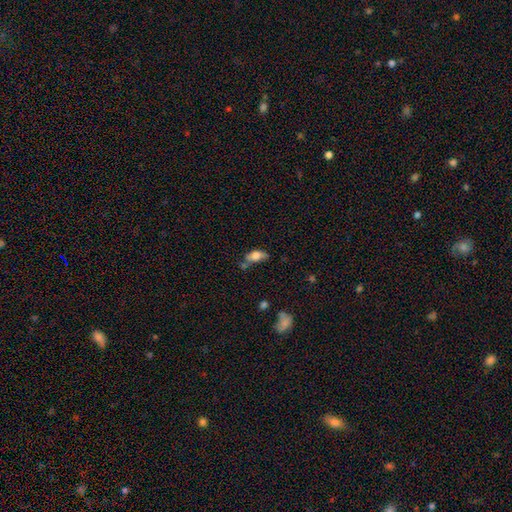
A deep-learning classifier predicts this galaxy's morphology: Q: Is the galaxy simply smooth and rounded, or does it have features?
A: smooth — 73%.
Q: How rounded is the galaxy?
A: in between — 85%.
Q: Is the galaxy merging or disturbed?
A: none — 44%.